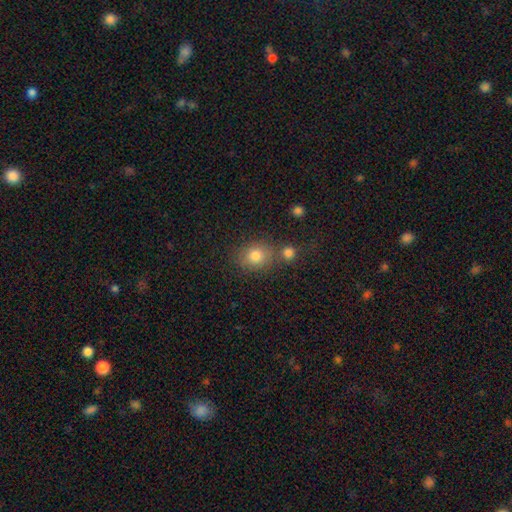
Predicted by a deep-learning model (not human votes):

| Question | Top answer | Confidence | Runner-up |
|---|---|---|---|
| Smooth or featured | smooth | 79% | star or artifact (12%) |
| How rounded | round | 68% | in between (31%) |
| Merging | none | 65% | merger (18%) |